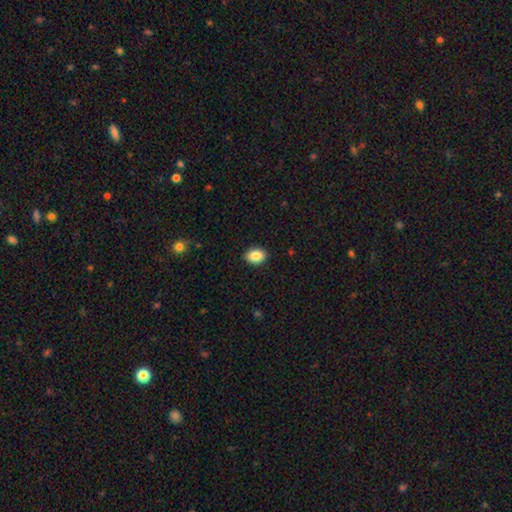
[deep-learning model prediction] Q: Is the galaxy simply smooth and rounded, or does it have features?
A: smooth — 87%.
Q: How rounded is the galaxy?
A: in between — 71%.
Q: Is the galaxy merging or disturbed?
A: none — 90%.